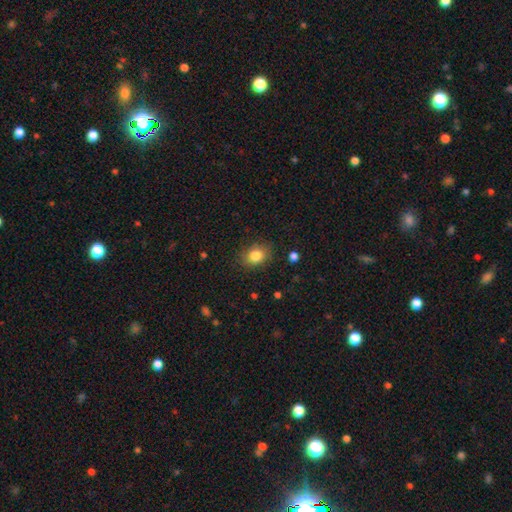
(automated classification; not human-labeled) This is clearly a smooth galaxy (83%). How rounded: possibly in between (54%). Merging: clearly none (84%).